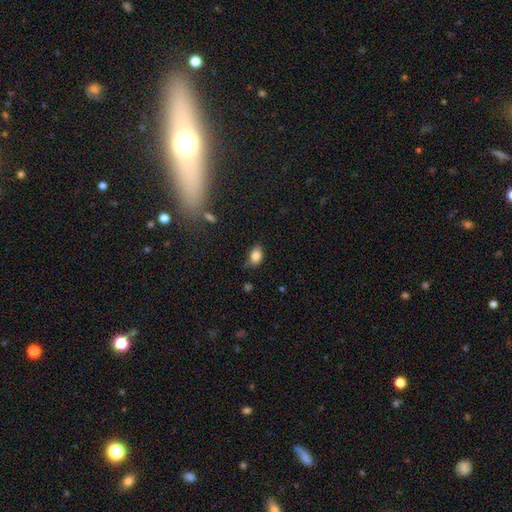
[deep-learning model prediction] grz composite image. It shows a smooth galaxy with no disk features (84%) that is in between round and cigar-shaped (85%). Merging: none (74%).